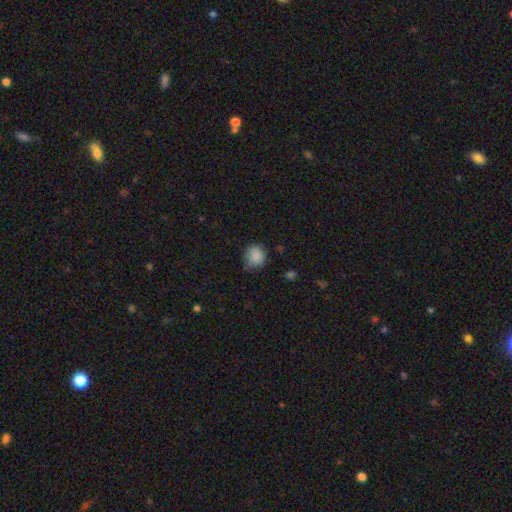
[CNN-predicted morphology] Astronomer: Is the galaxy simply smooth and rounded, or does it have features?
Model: smooth — 86%.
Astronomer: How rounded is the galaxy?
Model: round — 79%.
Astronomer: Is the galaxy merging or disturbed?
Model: none — 69%.